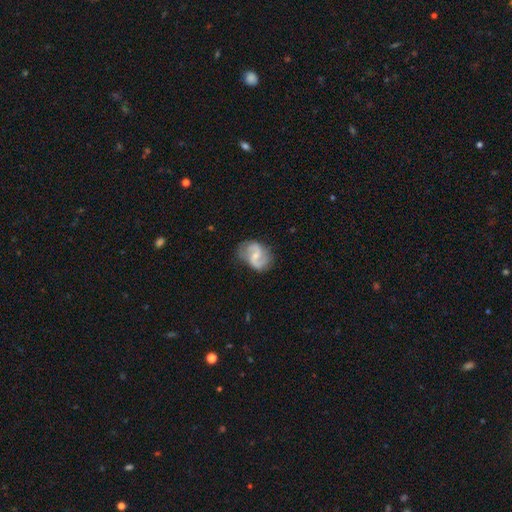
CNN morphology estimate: A featured or disk galaxy (82%) with a weak bar (54%), 2 (90%) medium (47%) spiral arms (95%) and a small central bulge (57%).

Vote fractions:
- Smooth or featured? featured or disk: 82% / smooth: 13% / star or artifact: 5%
- Edge-on disk? no: 98% / yes: 2%
- Bar? weak: 54% / no: 28% / strong: 18%
- Spiral arms? yes: 95% / no: 5%
- Spiral winding? medium: 47% / loose: 38% / tight: 14%
- Spiral arm count? 2: 90% / can't tell: 4% / 1: 2% / 3: 1% / 4: 1% / more than 4: 1%
- Bulge size? small: 57% / moderate: 35% / none: 6% / large: 1% / dominant: 1%
- Merging? none: 72% / minor disturbance: 20% / major disturbance: 7% / merger: 1%